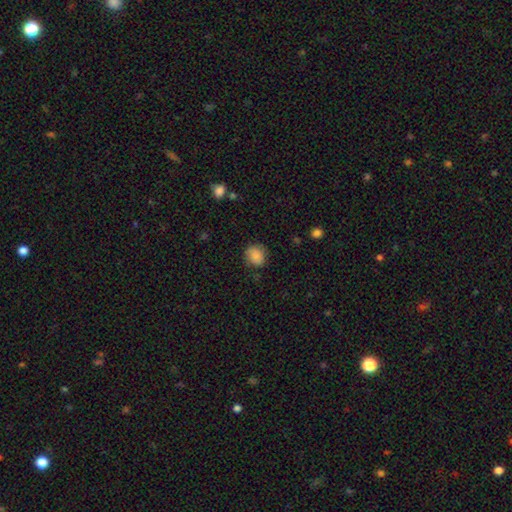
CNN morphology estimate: Smooth or featured? smooth (84%)
How rounded? round (73%)
Merging? none (77%)